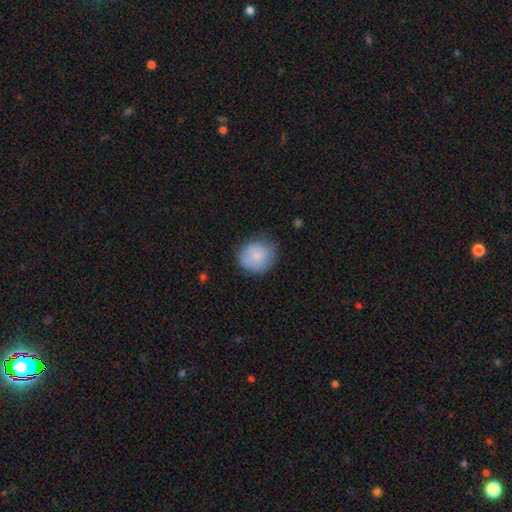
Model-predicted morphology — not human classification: smooth 82%, featured or disk 11%, star or artifact 7%. Down the decision tree: how rounded — round (76%); merging — none (70%).